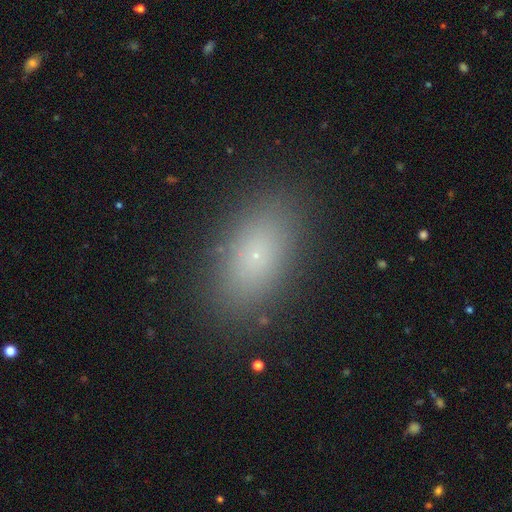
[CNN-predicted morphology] Smooth or featured? smooth (71%)
How rounded? in between (88%)
Merging? none (87%)